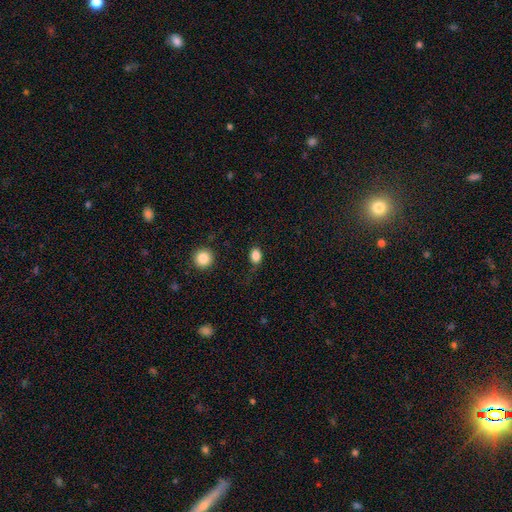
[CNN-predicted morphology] The model was most divided on "how rounded": in between: 64%, round: 34%, cigar-shaped: 1%. More confident: smooth or featured — smooth (86%); merging — none (67%).